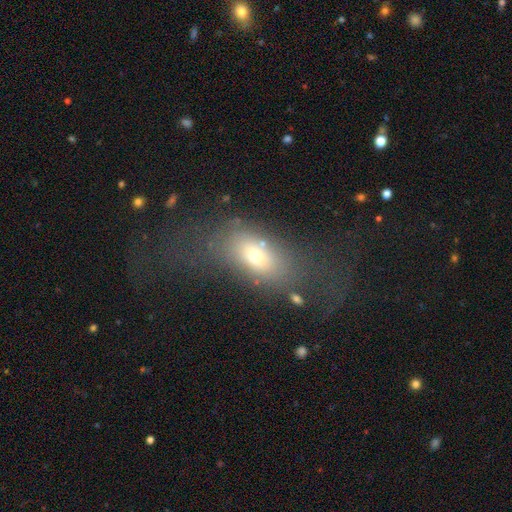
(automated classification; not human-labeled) Smooth or featured: smooth — 64% (featured or disk — 21%)
How rounded: in between — 76% (round — 20%)
Merging: none — 55% (major disturbance — 21%)